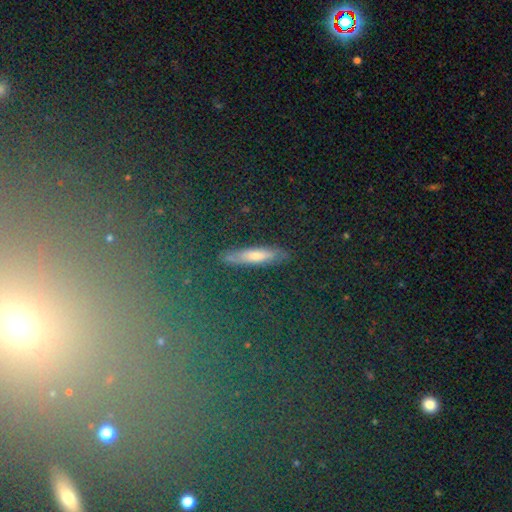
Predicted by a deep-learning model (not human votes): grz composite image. It shows a smooth galaxy with no disk features (41%). Merging: none (88%).